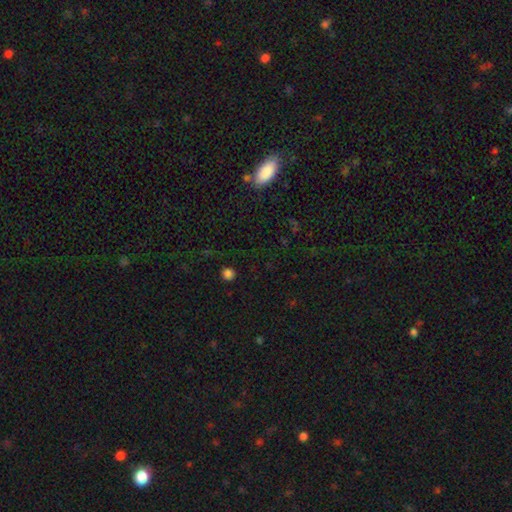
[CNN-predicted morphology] The model was most divided on "smooth or featured": smooth: 48%, star or artifact: 37%, featured or disk: 15%. More confident: merging — none (78%).